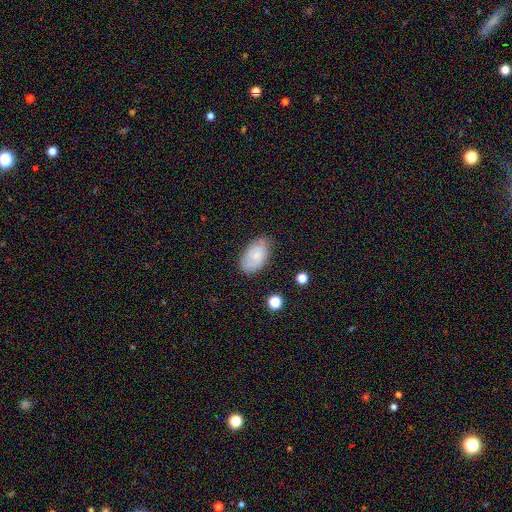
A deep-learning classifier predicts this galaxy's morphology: Overall: smooth (71%). How rounded: in between (93%). Merging: none (72%).